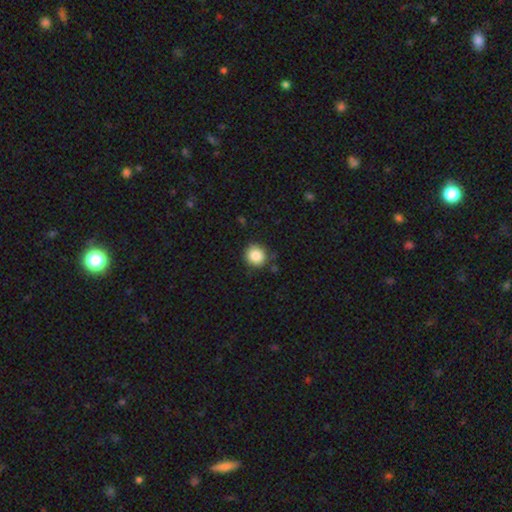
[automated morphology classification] This appears to be a smooth galaxy with no disk features (86%) that is round (89%). Merging: none (85%).